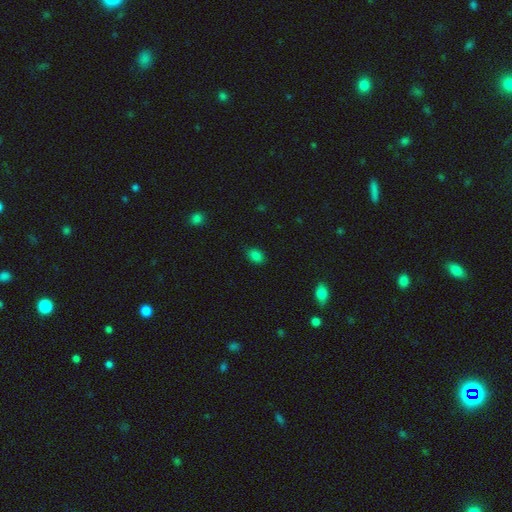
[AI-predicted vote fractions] Morphology: type=smooth (82%); roundness=in between (78%); merging=none (84%).